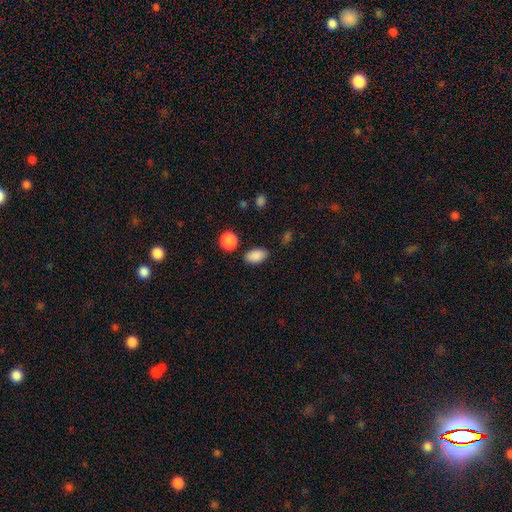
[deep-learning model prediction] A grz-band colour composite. It shows a smooth galaxy with no disk features (88%) that is in between round and cigar-shaped (90%). Merging: none (81%).